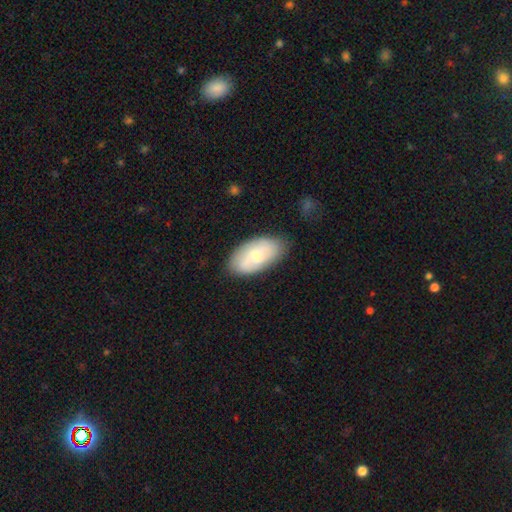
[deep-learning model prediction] Overall: smooth (57%; featured or disk 37%). How rounded: in between (94%). Merging: none (76%).